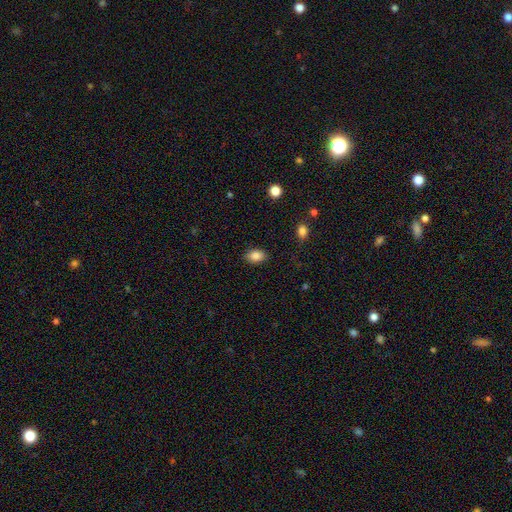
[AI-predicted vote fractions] This appears to be a smooth galaxy with no disk features (86%) that is in between round and cigar-shaped (86%). Merging: none (86%).